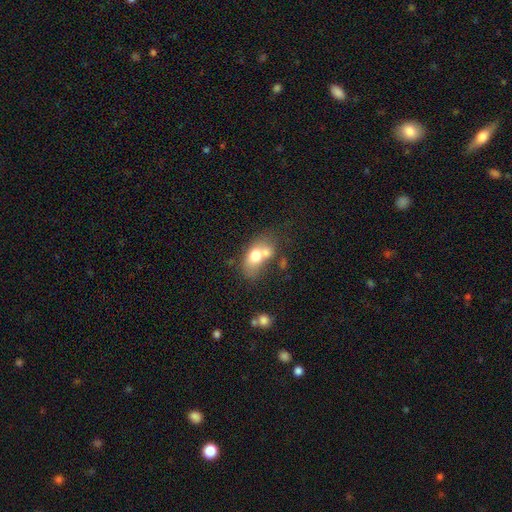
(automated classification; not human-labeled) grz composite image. It shows a smooth galaxy with no disk features (67%) that is in between round and cigar-shaped (78%). Merging: merger (55%).